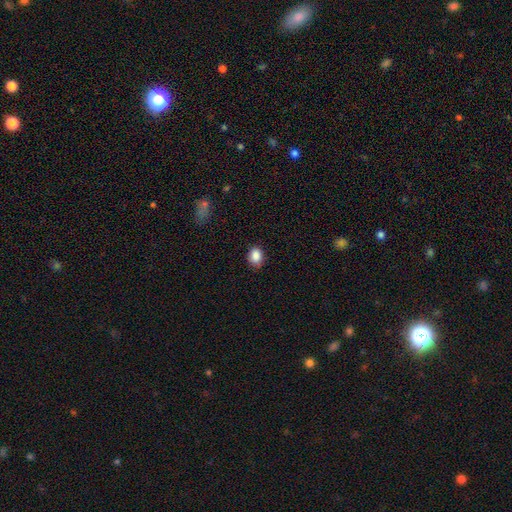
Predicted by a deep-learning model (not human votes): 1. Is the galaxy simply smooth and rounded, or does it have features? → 88% smooth, 9% star or artifact, 4% featured or disk.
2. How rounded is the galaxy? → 61% in between, 38% round, 1% cigar-shaped.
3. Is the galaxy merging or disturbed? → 79% none, 16% minor disturbance, 3% major disturbance, 1% merger.